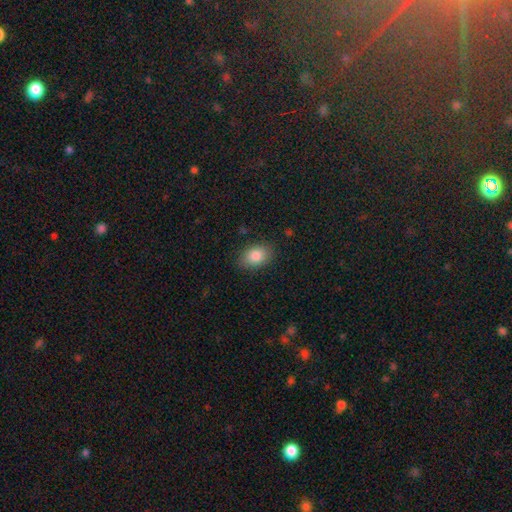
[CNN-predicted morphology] This appears to be a smooth galaxy with no disk features (86%) that is in between round and cigar-shaped (83%). Merging: none (84%).